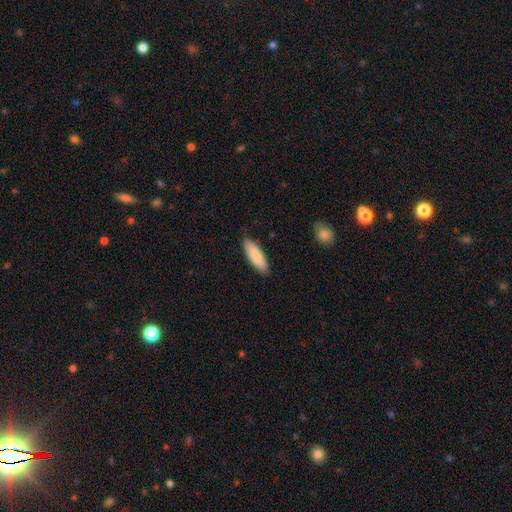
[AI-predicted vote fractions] Smooth or featured? smooth (87%)
How rounded? in between (57%)
Merging? none (87%)